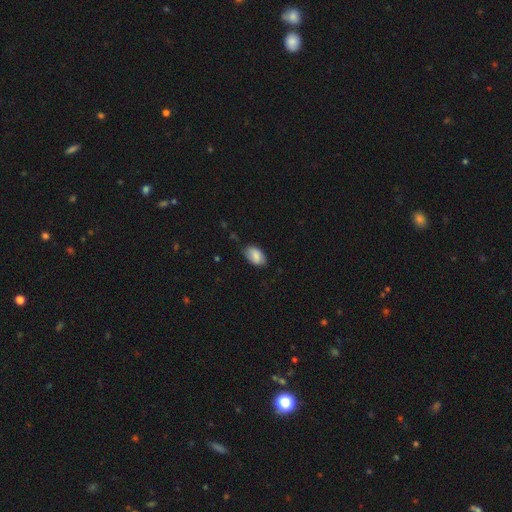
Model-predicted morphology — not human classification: type=smooth (81%); roundness=in between (92%); merging=none (73%).